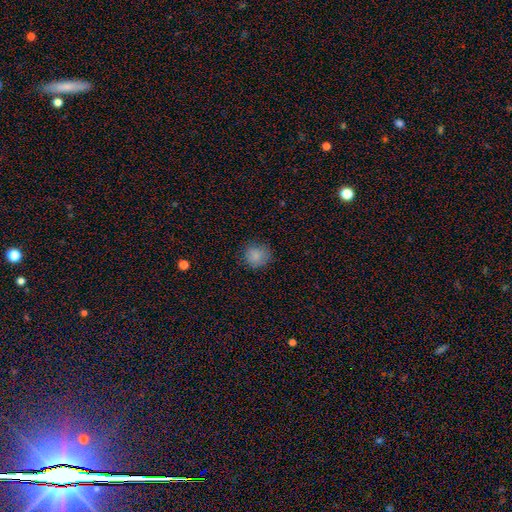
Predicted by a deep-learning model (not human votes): Q: Smooth or featured?
A: smooth (84%); runner-up: star or artifact (11%)
Q: How rounded?
A: round (88%); runner-up: in between (11%)
Q: Merging?
A: none (81%); runner-up: minor disturbance (14%)